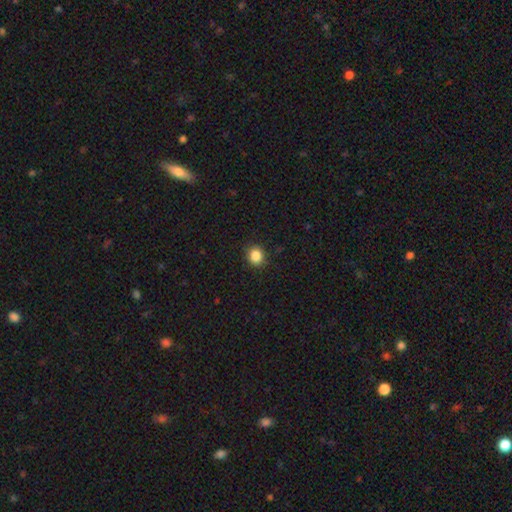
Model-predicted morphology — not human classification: Smooth or featured? Predicted: smooth (p=0.86). How rounded? Predicted: round (p=0.80). Merging? Predicted: none (p=0.90).